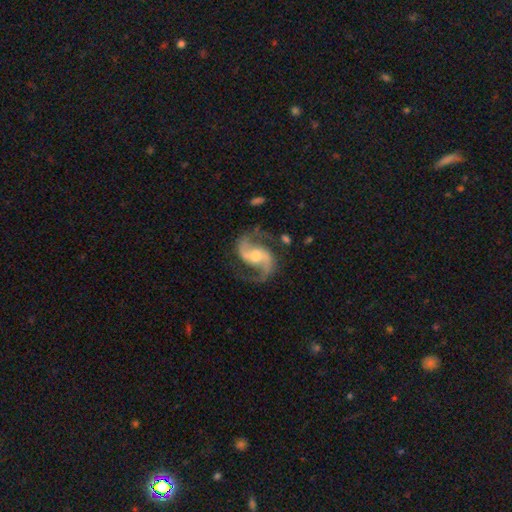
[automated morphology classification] Smooth or featured?
  - featured or disk: 92% *
  - star or artifact: 4%
  - smooth: 3%
Edge-on disk?
  - no: 98% *
  - yes: 2%
Bar?
  - weak: 42% *
  - no: 38%
  - strong: 20%
Spiral arms?
  - yes: 98% *
  - no: 2%
Spiral winding?
  - medium: 56% *
  - loose: 34%
  - tight: 11%
Spiral arm count?
  - 2: 94% *
  - can't tell: 1%
  - 3: 1%
  - 1: 1%
  - 4: 1%
  - more than 4: 1%
Bulge size?
  - moderate: 64% *
  - small: 28%
  - large: 5%
  - none: 2%
  - dominant: 1%
Merging?
  - none: 77% *
  - minor disturbance: 14%
  - major disturbance: 7%
  - merger: 2%